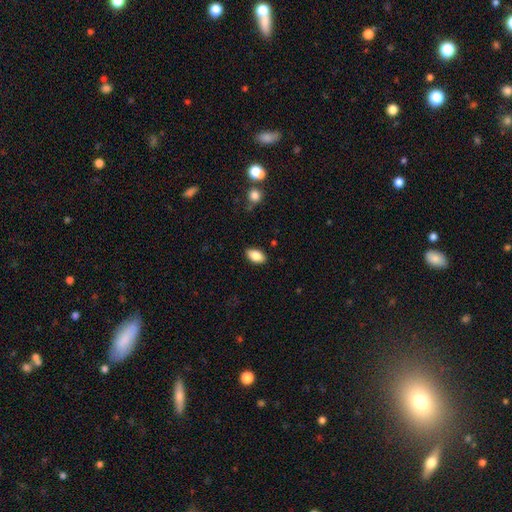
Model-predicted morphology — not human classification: A smooth galaxy with no disk features (86%) that is in between round and cigar-shaped (92%). Merging: none (87%).